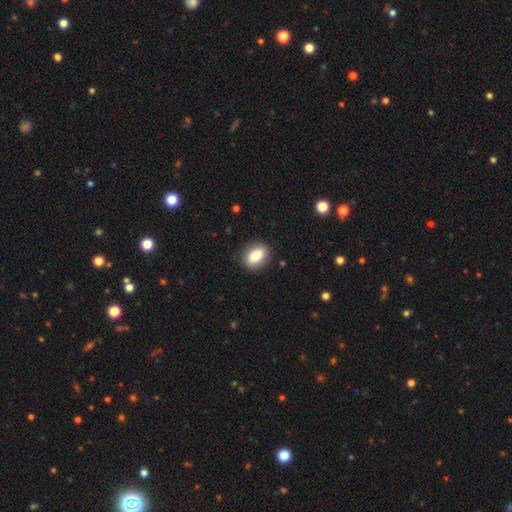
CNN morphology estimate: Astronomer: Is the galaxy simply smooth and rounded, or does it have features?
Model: smooth — 84%.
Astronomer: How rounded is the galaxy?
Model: in between — 80%.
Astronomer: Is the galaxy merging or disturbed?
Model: none — 86%.